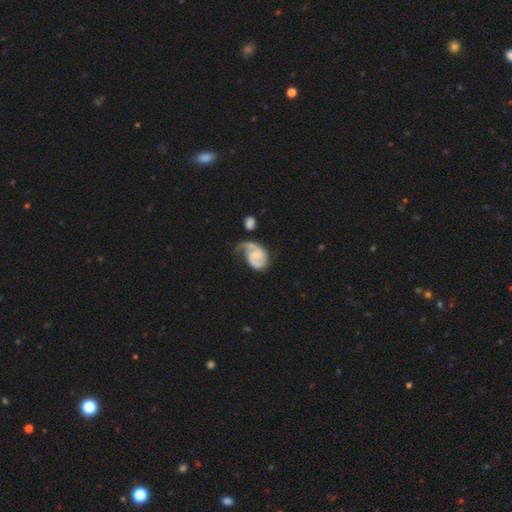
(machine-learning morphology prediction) This appears to be a featured or disk galaxy (80%) with no bar (50%), 2 (60%) medium (44%) spiral arms (94%) and a small central bulge (42%). Merging: major disturbance (34%).